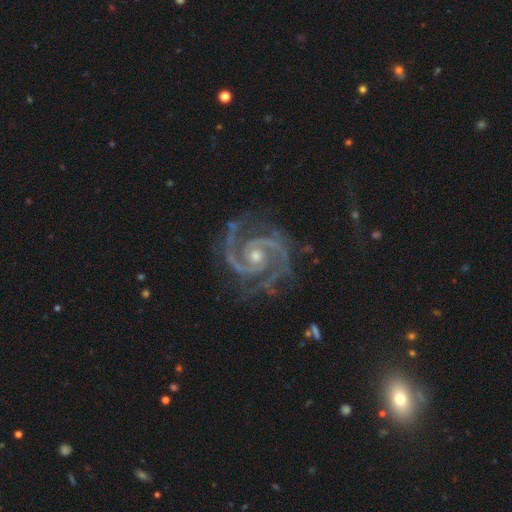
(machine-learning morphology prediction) Smooth or featured? Predicted: featured or disk (p=0.93). Edge-on disk? Predicted: no (p=0.98). Bar? Predicted: no (p=0.54). Spiral arms? Predicted: yes (p=0.99). Spiral winding? Predicted: medium (p=0.50). Spiral arm count? Predicted: 2 (p=0.88). Bulge size? Predicted: small (p=0.54). Merging? Predicted: none (p=0.78).